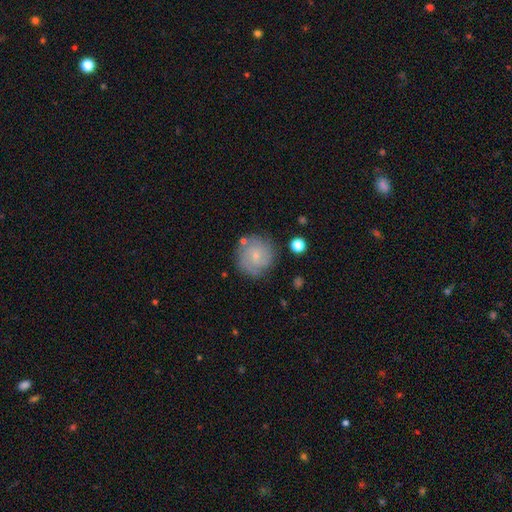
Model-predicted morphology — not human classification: featured or disk 55%, smooth 37%, star or artifact 8%. Down the decision tree: edge-on disk — no (98%); bar — no (77%); spiral arms — yes (84%); bulge size — small (78%); merging — none (75%).